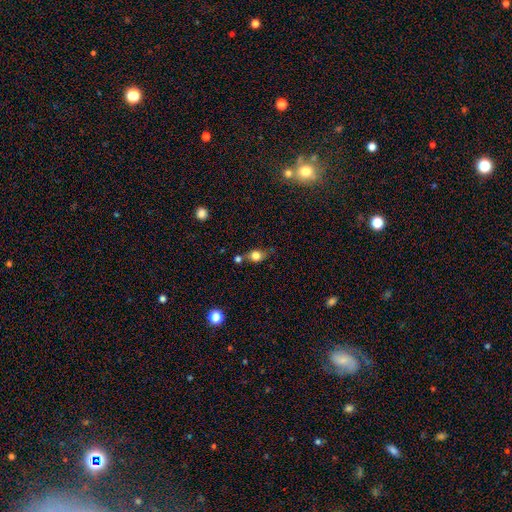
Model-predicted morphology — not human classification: The model was most divided on "how rounded": round: 54%, in between: 41%, cigar-shaped: 5%. More confident: smooth or featured — smooth (76%); merging — none (51%).